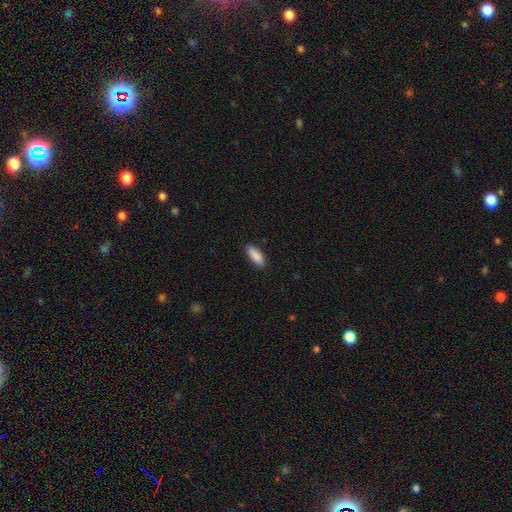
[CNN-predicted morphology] smooth_or_featured: smooth (p=0.89) [alt: star or artifact p=0.06]
how_rounded: in between (p=0.71) [alt: cigar-shaped p=0.27]
merging: none (p=0.87) [alt: minor disturbance p=0.10]